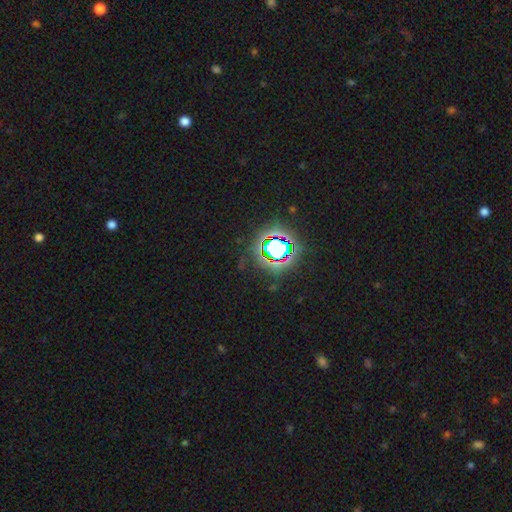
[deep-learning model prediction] This is likely a star or artifact rather than a galaxy (80%).